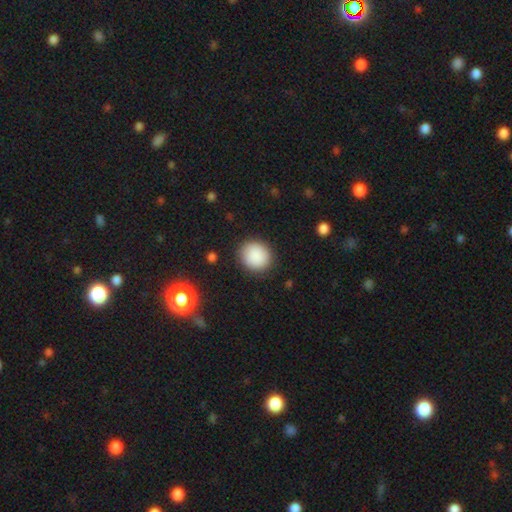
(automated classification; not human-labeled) Overall: smooth (88%). How rounded: round (81%). Merging: none (87%).